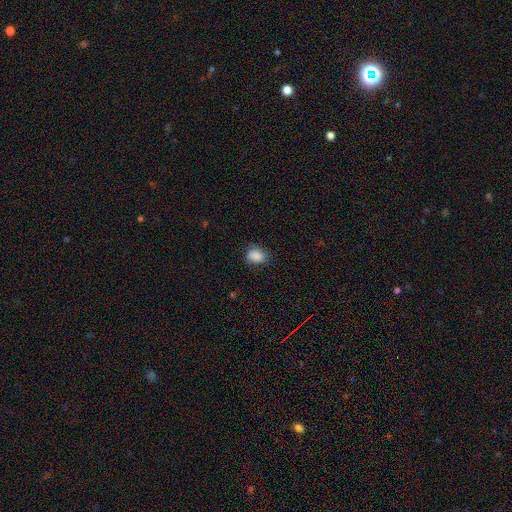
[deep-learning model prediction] A smooth galaxy with no disk features (87%) that is in between round and cigar-shaped (69%). Merging: none (72%).